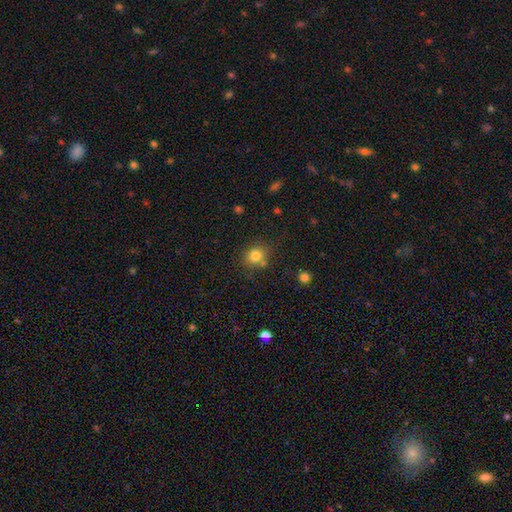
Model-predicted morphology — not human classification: The model was most divided on "how rounded": round: 78%, in between: 21%, cigar-shaped: 1%. More confident: smooth or featured — smooth (80%); merging — none (73%).